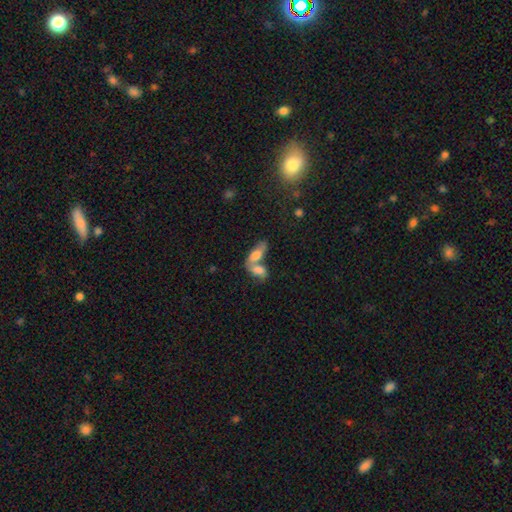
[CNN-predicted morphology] Smooth or featured: smooth — 61% (featured or disk — 29%)
How rounded: in between — 80% (cigar-shaped — 14%)
Merging: merger — 71% (none — 17%)